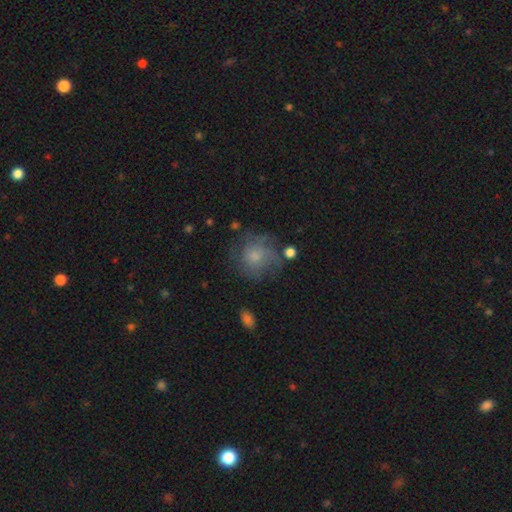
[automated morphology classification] Smooth or featured?
  - smooth: 56% *
  - featured or disk: 33%
  - star or artifact: 11%
How rounded?
  - round: 82% *
  - in between: 17%
  - cigar-shaped: 1%
Merging?
  - none: 55% *
  - minor disturbance: 23%
  - major disturbance: 18%
  - merger: 4%